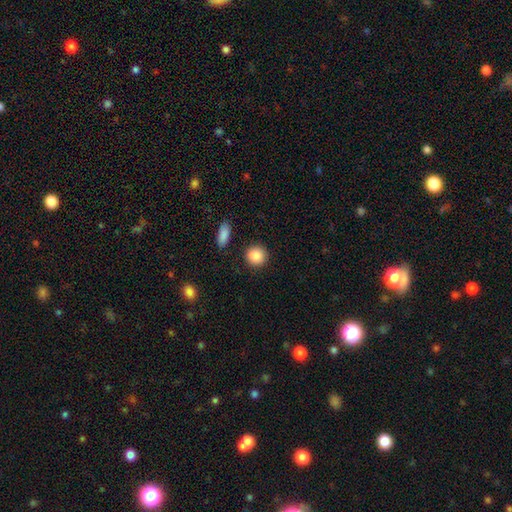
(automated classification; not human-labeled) A smooth galaxy with no disk features (88%) that is round (88%). Merging: none (88%).